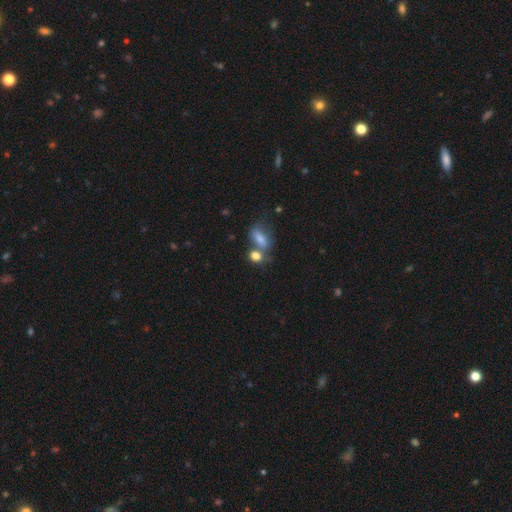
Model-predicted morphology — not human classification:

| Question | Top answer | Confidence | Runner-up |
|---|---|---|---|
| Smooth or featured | smooth | 76% | featured or disk (12%) |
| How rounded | in between | 60% | round (34%) |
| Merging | merger | 45% | none (37%) |